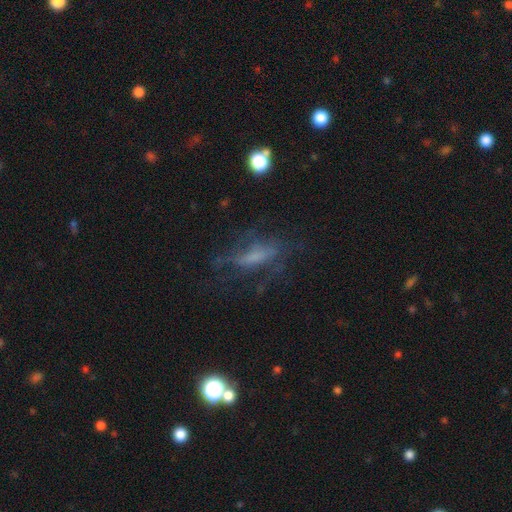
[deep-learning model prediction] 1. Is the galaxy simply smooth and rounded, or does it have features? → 49% featured or disk, 32% smooth, 19% star or artifact.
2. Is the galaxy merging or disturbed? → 53% none, 24% major disturbance, 20% minor disturbance, 3% merger.